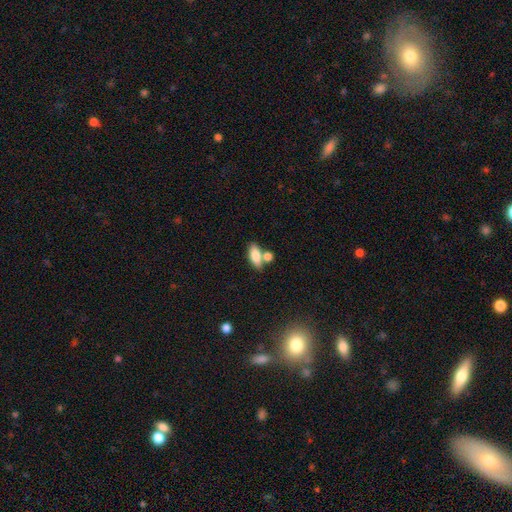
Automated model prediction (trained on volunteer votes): Smooth or featured?
  - smooth: 80% *
  - featured or disk: 13%
  - star or artifact: 7%
How rounded?
  - in between: 83% *
  - cigar-shaped: 12%
  - round: 5%
Merging?
  - none: 49% *
  - merger: 35%
  - minor disturbance: 11%
  - major disturbance: 4%